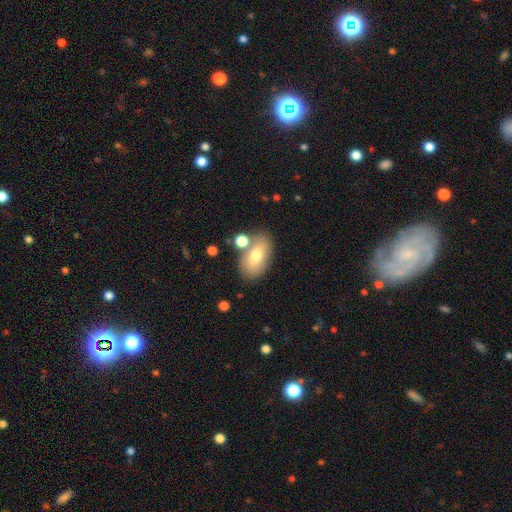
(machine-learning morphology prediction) Q: Smooth or featured?
A: smooth (70%); runner-up: featured or disk (21%)
Q: How rounded?
A: in between (90%); runner-up: round (7%)
Q: Merging?
A: none (70%); runner-up: merger (13%)